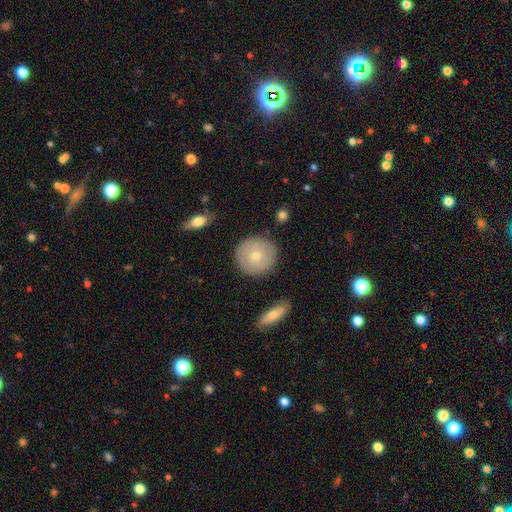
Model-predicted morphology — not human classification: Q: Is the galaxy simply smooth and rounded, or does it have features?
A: smooth — 69%.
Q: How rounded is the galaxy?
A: round — 94%.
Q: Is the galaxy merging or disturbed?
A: none — 88%.